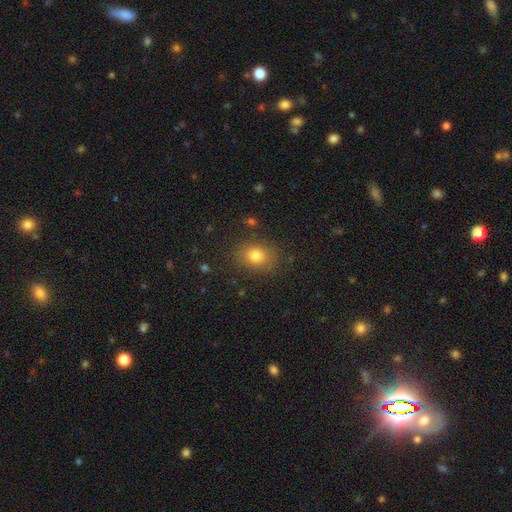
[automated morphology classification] A smooth galaxy with no disk features (79%) that is round (50%). Merging: none (84%).